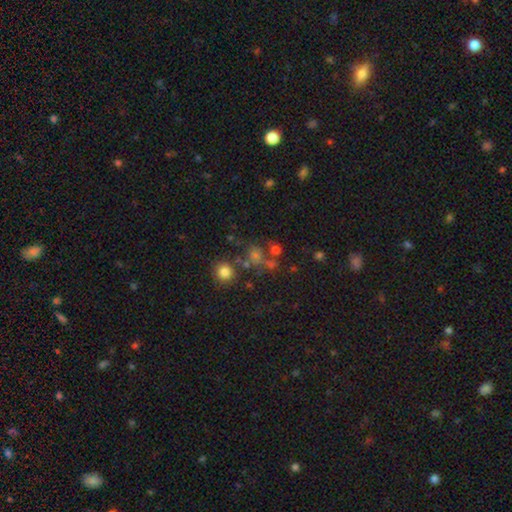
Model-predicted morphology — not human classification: smooth_or_featured: smooth (p=0.51) [alt: star or artifact p=0.32]
how_rounded: round (p=0.79) [alt: in between p=0.19]
merging: none (p=0.57) [alt: merger p=0.22]